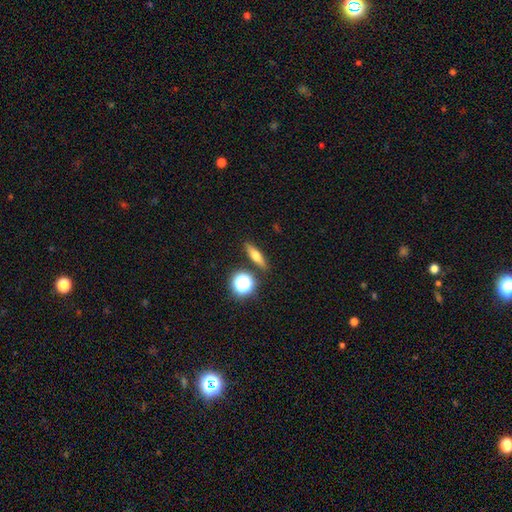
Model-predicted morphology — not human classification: A smooth galaxy with no disk features (55%) that is cigar-shaped (54%). Merging: none (86%).